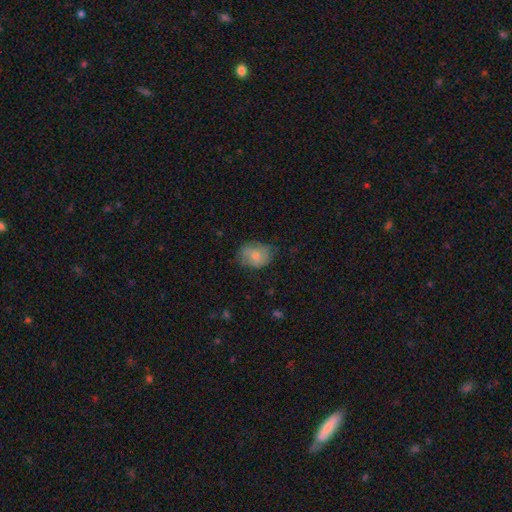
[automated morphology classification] smooth-or-featured: smooth: 69% | featured or disk: 24% | star or artifact: 7%
  how-rounded: in between: 53% | round: 46% | cigar-shaped: 1%
  merging: none: 61% | minor disturbance: 28% | major disturbance: 10% | merger: 1%